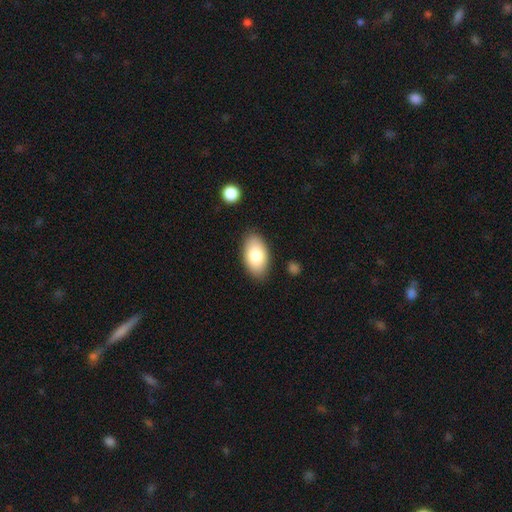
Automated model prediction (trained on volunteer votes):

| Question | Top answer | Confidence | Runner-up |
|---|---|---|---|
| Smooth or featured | smooth | 82% | featured or disk (12%) |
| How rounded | in between | 95% | round (4%) |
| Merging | none | 85% | minor disturbance (11%) |